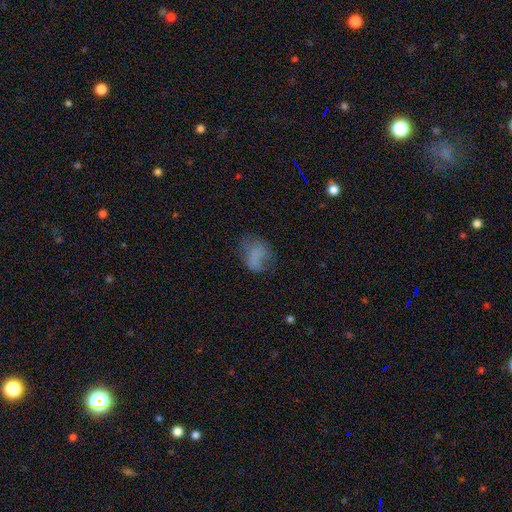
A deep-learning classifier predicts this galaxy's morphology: smooth_or_featured: smooth (p=0.67) [alt: featured or disk p=0.20]
how_rounded: in between (p=0.66) [alt: round p=0.32]
merging: none (p=0.43) [alt: minor disturbance p=0.28]